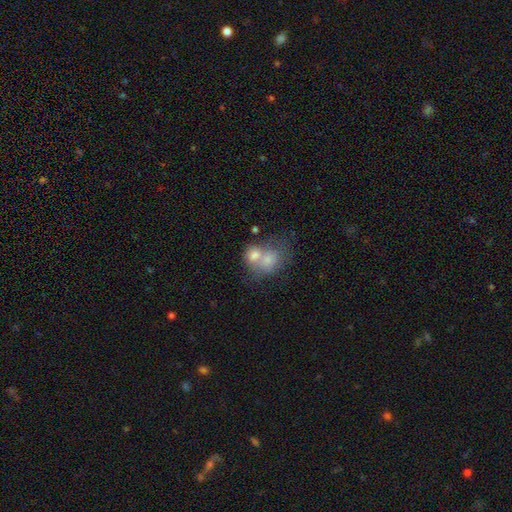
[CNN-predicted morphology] A smooth galaxy with no disk features (66%) that is round (56%).

Vote fractions:
- Smooth or featured? smooth: 66% / featured or disk: 22% / star or artifact: 12%
- How rounded? round: 56% / in between: 42% / cigar-shaped: 1%
- Merging? merger: 65% / none: 21% / minor disturbance: 8% / major disturbance: 6%